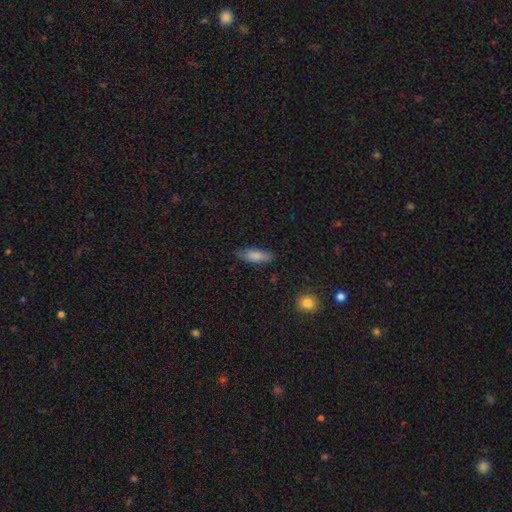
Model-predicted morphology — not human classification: Overall: smooth (83%). How rounded: in between (57%; cigar-shaped 41%). Merging: none (82%).